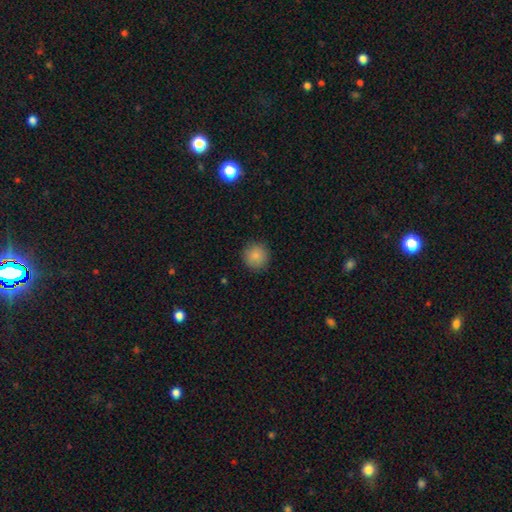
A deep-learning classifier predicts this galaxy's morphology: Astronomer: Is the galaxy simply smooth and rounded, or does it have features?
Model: smooth — 86%.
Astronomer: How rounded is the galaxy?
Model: round — 94%.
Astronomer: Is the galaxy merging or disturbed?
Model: none — 90%.